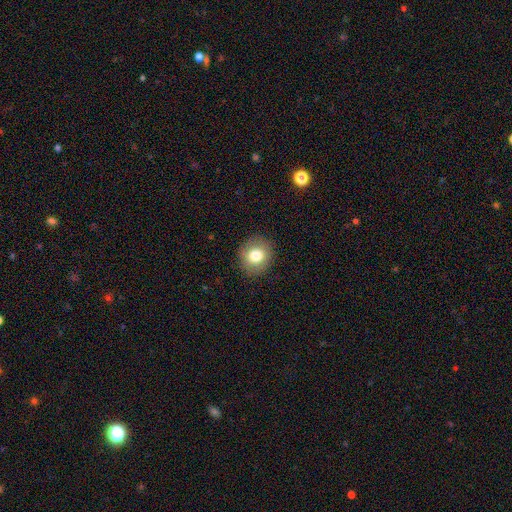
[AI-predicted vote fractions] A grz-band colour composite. It shows a smooth galaxy with no disk features (79%) that is round (79%). Merging: none (89%).